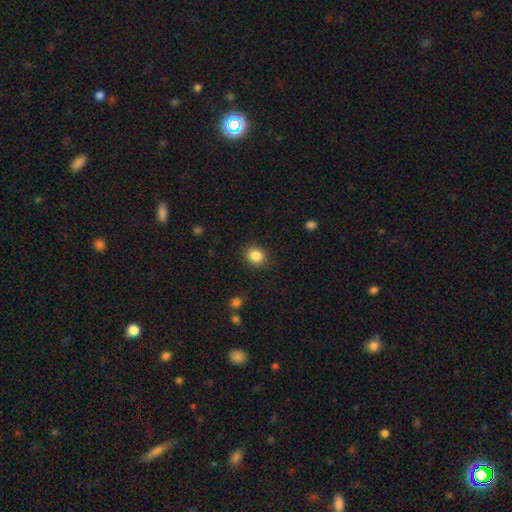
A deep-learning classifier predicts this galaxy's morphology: smooth_or_featured: smooth (p=0.86) [alt: star or artifact p=0.09]
how_rounded: round (p=0.68) [alt: in between p=0.31]
merging: none (p=0.87) [alt: minor disturbance p=0.09]